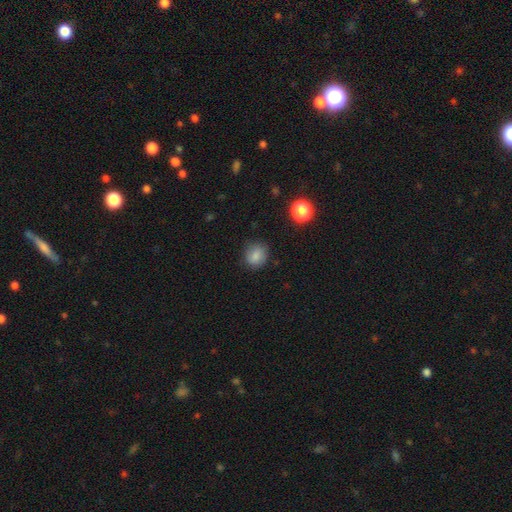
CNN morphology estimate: Smooth or featured?
  - smooth: 83% *
  - star or artifact: 10%
  - featured or disk: 6%
How rounded?
  - round: 74% *
  - in between: 25%
  - cigar-shaped: 1%
Merging?
  - none: 81% *
  - minor disturbance: 14%
  - major disturbance: 4%
  - merger: 1%